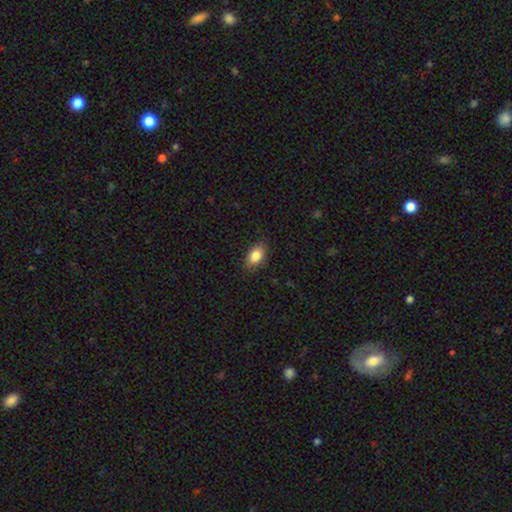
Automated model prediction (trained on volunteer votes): The model was most divided on "merging": none: 84%, minor disturbance: 13%, major disturbance: 3%, merger: 1%. More confident: how rounded — in between (88%); smooth or featured — smooth (84%).